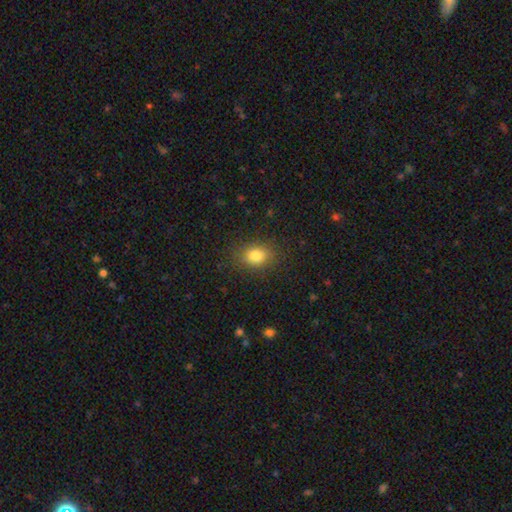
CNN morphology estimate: type=smooth (82%); roundness=in between (62%); merging=none (85%).